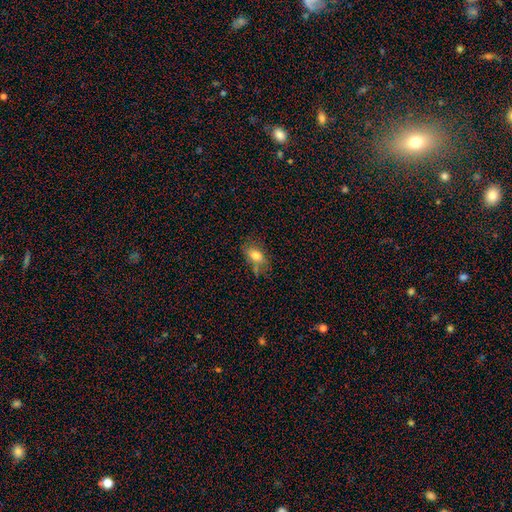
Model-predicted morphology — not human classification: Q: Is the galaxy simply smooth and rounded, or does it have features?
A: smooth — 74%.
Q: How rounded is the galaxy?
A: in between — 86%.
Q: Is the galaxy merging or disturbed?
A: none — 53%.